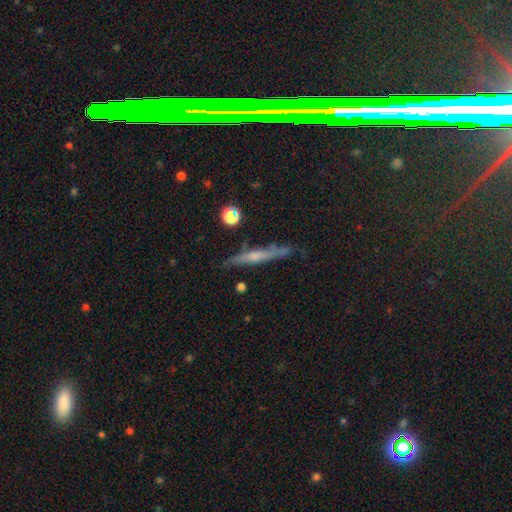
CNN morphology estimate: This is possibly a featured or disk galaxy (58%). It is clearly viewed edge-on (94%). Edge-on bulge: possibly rounded (46%). Merging: likely none (80%).